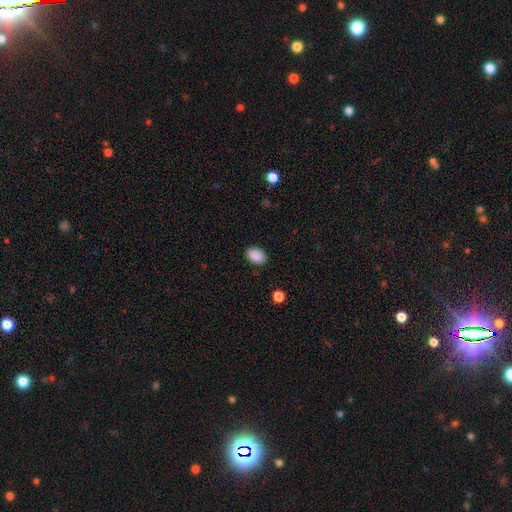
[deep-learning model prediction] smooth 90%, star or artifact 8%, featured or disk 3%. Down the decision tree: how rounded — in between (84%); merging — none (88%).